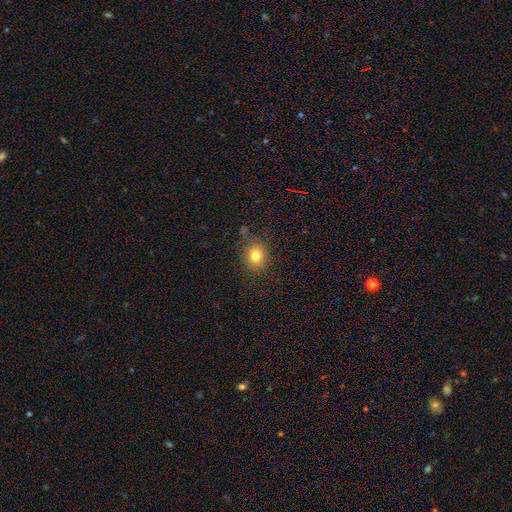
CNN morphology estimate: Smooth or featured? Predicted: smooth (p=0.78). How rounded? Predicted: round (p=0.71). Merging? Predicted: none (p=0.81).